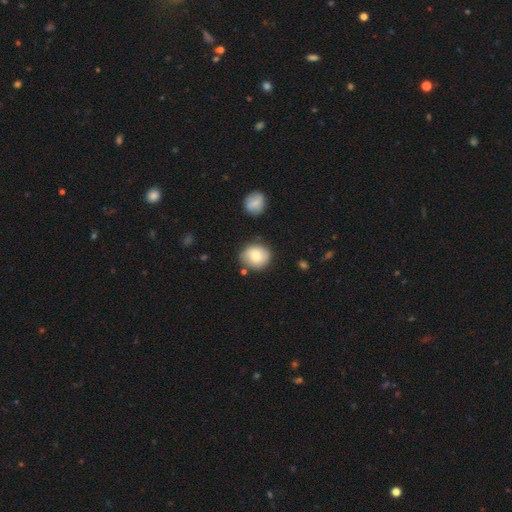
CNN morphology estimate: Smooth or featured? Predicted: smooth (p=0.75). How rounded? Predicted: round (p=0.75). Merging? Predicted: none (p=0.76).